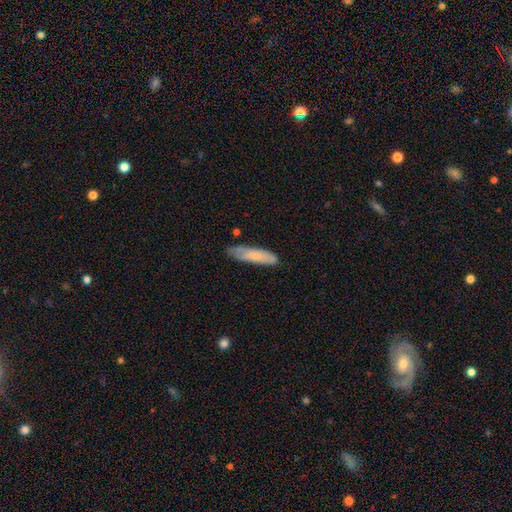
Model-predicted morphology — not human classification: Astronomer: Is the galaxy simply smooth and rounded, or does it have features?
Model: smooth — 70%.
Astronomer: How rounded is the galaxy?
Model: cigar-shaped — 68%.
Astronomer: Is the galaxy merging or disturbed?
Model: none — 70%.